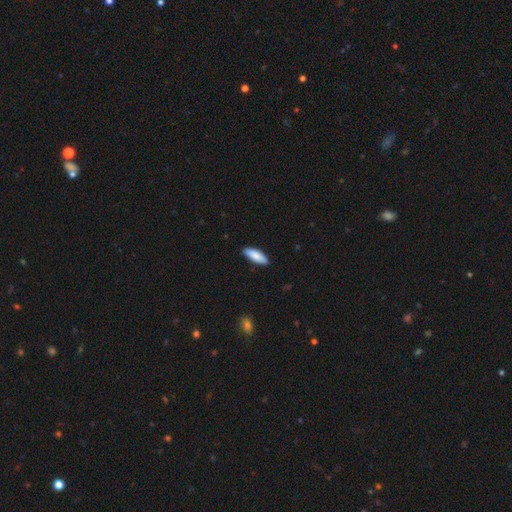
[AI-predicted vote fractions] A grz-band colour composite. It shows a smooth galaxy with no disk features (86%) that is in between round and cigar-shaped (60%). Merging: none (89%).